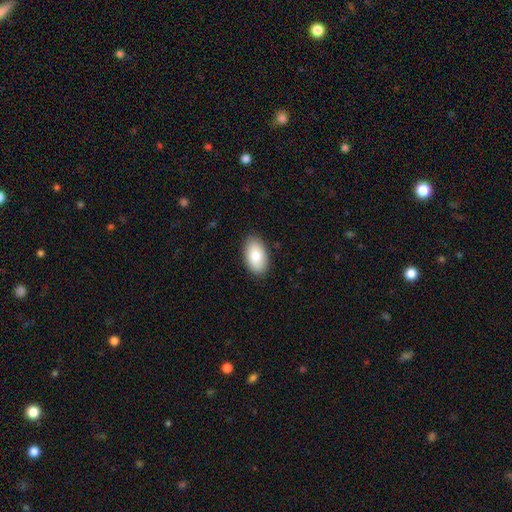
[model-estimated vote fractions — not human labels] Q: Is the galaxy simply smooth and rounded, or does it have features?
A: smooth — 79%.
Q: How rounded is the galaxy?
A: in between — 93%.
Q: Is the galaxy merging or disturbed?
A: none — 88%.